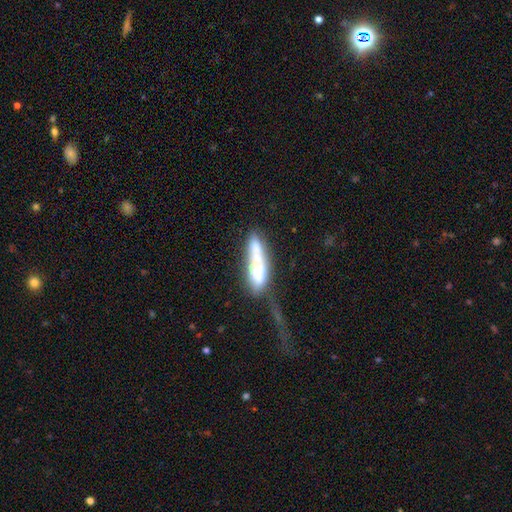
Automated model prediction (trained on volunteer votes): This is possibly a smooth galaxy (57%). How rounded: likely cigar-shaped (73%). Merging: marginally major disturbance (35%).